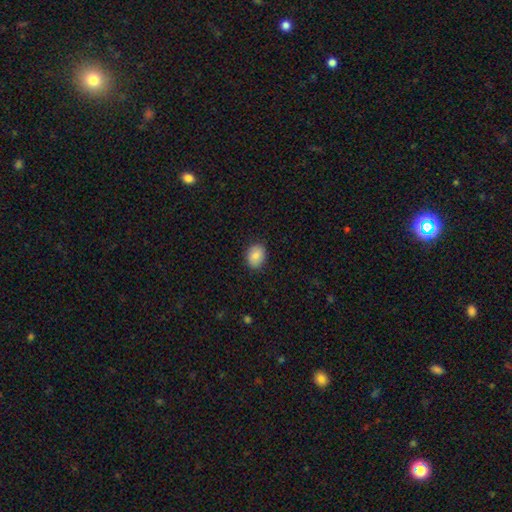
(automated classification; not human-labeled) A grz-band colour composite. It shows a smooth galaxy with no disk features (85%) that is in between round and cigar-shaped (56%). Merging: none (86%).